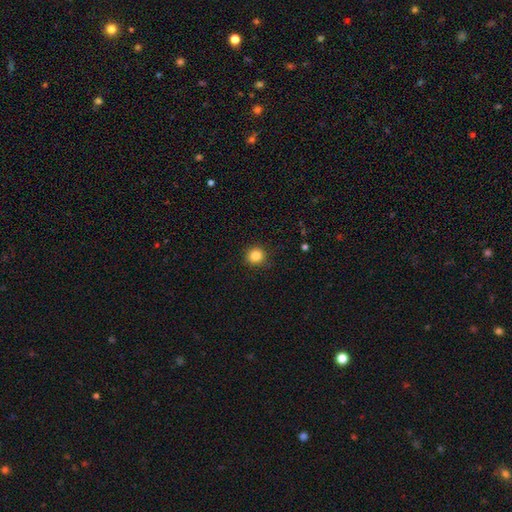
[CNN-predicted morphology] type=smooth (84%); roundness=round (93%); merging=none (91%).